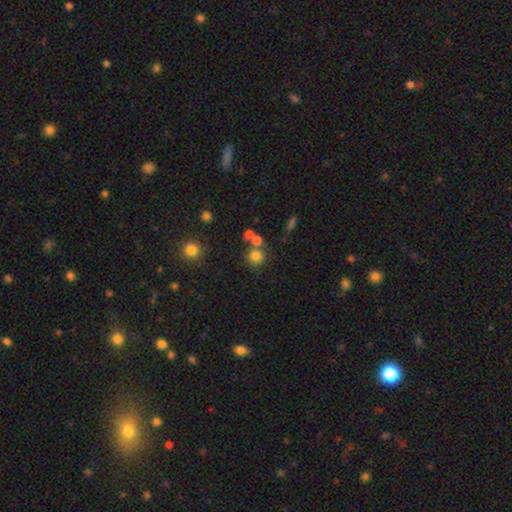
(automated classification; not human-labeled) This is likely a smooth galaxy (78%). How rounded: clearly round (88%). Merging: likely none (62%).